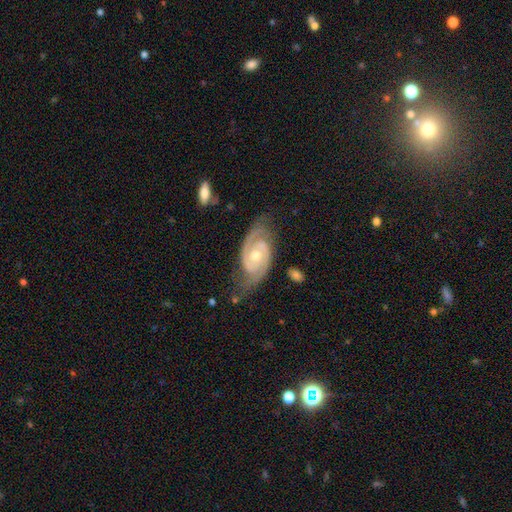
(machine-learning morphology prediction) This is clearly a featured or disk galaxy (90%). It is clearly not viewed edge-on (97%). Bar: likely no (63%). Spiral arm pattern: clearly yes (98%). Spiral arm count: clearly 2 (90%). Spiral winding: possibly tight (53%). Central bulge: possibly moderate (58%). Merging: likely none (73%).